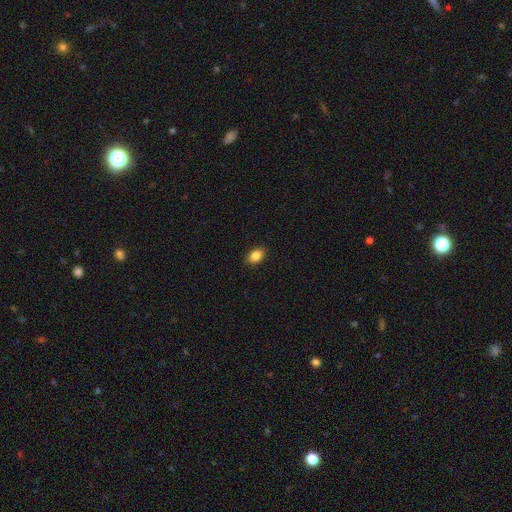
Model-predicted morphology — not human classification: Smooth or featured? Predicted: smooth (p=0.86). How rounded? Predicted: in between (p=0.86). Merging? Predicted: none (p=0.90).